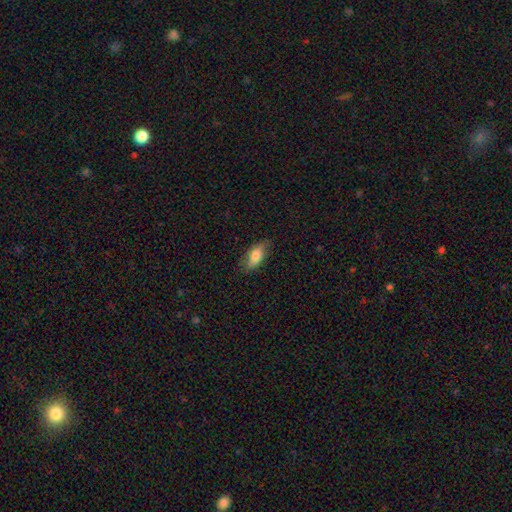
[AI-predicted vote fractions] A smooth galaxy with no disk features (73%) that is in between round and cigar-shaped (83%).

Vote fractions:
- Smooth or featured? smooth: 73% / featured or disk: 20% / star or artifact: 7%
- How rounded? in between: 83% / cigar-shaped: 13% / round: 3%
- Merging? none: 76% / minor disturbance: 19% / major disturbance: 4% / merger: 1%